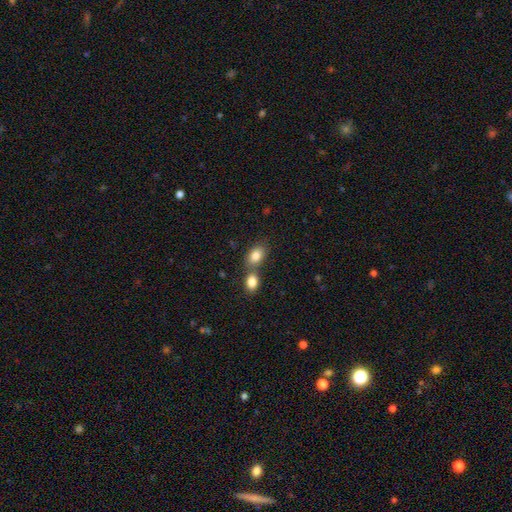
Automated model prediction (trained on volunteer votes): Smooth or featured?
  - smooth: 83% *
  - star or artifact: 8%
  - featured or disk: 8%
How rounded?
  - in between: 82% *
  - round: 17%
  - cigar-shaped: 2%
Merging?
  - merger: 44% * (tied)
  - none: 44% * (tied)
  - minor disturbance: 9%
  - major disturbance: 3%